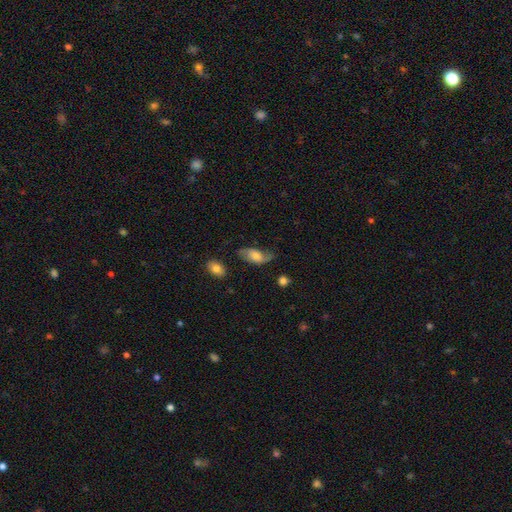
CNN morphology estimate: smooth 49%, featured or disk 44%, star or artifact 8%. Down the decision tree: merging — none (53%).